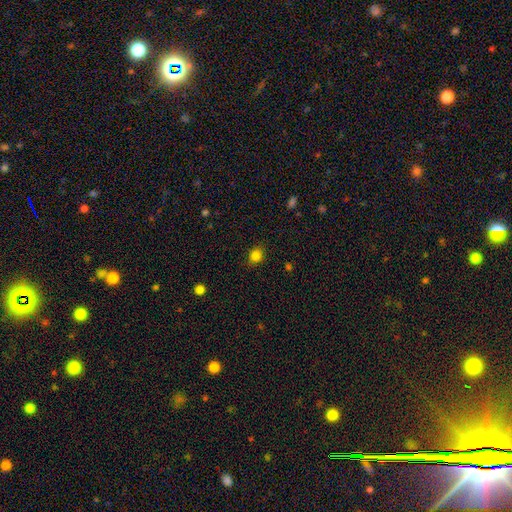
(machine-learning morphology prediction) Overall: smooth (83%). How rounded: round (62%; in between 37%). Merging: none (84%).